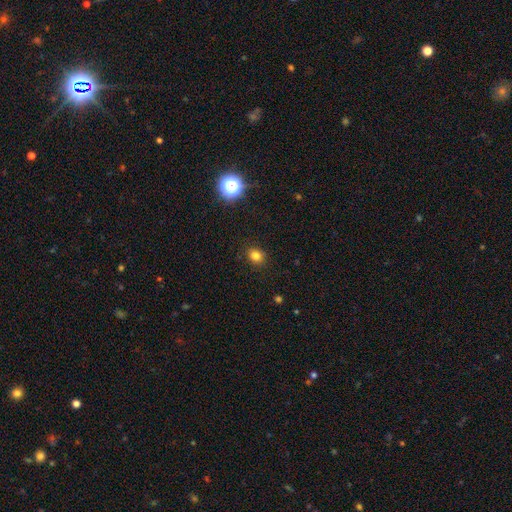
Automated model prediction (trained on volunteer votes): The model was most divided on "how rounded": round: 70%, in between: 29%, cigar-shaped: 1%. More confident: merging — none (89%); smooth or featured — smooth (79%).